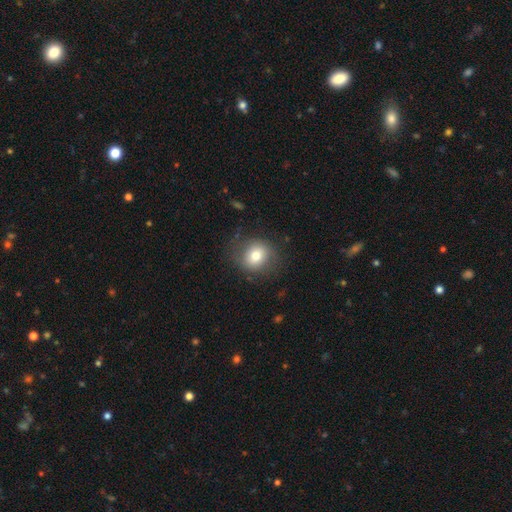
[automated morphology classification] A smooth galaxy with no disk features (75%) that is round (75%).

Vote fractions:
- Smooth or featured? smooth: 75% / featured or disk: 16% / star or artifact: 10%
- How rounded? round: 75% / in between: 24% / cigar-shaped: 1%
- Merging? none: 76% / minor disturbance: 15% / major disturbance: 7% / merger: 1%